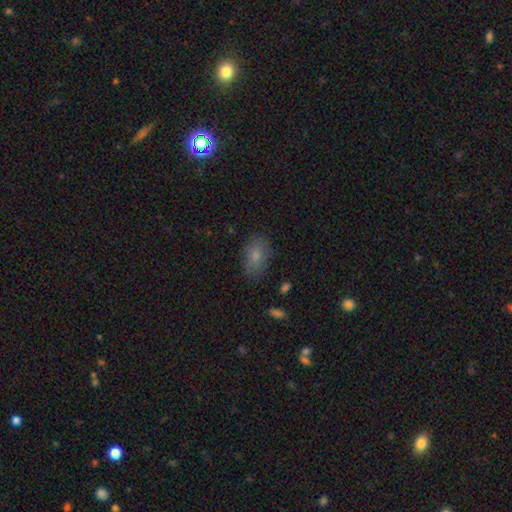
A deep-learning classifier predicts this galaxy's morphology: smooth_or_featured: smooth (p=0.80) [alt: featured or disk p=0.11]
how_rounded: in between (p=0.88) [alt: round p=0.10]
merging: none (p=0.81) [alt: minor disturbance p=0.14]